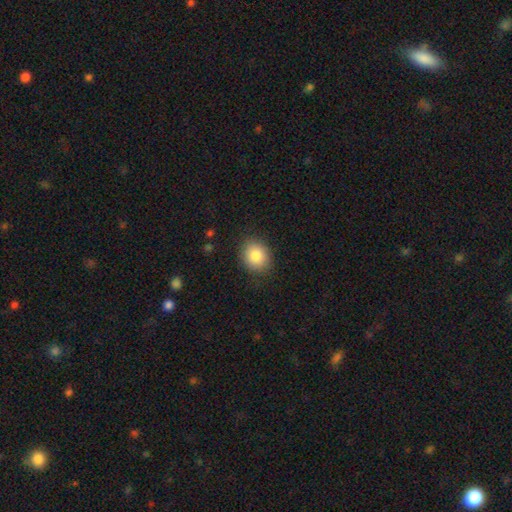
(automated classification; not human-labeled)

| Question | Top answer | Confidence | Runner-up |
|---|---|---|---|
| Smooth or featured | smooth | 85% | star or artifact (8%) |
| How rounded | round | 60% | in between (39%) |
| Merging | none | 86% | minor disturbance (11%) |